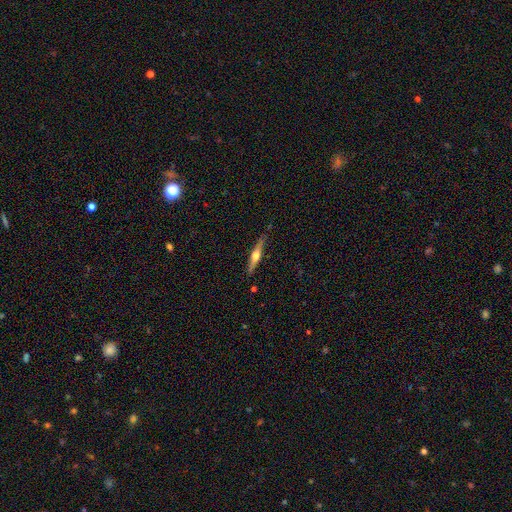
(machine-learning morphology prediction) The model was most divided on "smooth or featured": featured or disk: 71%, smooth: 24%, star or artifact: 6%. More confident: edge-on disk — yes (98%); edge-on bulge — rounded (93%); merging — none (85%).